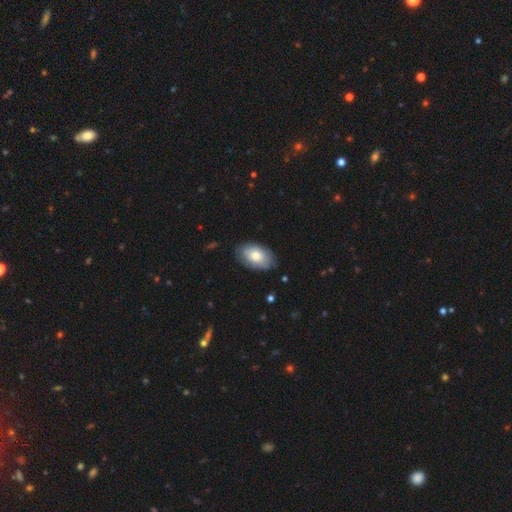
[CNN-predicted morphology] The model was most divided on "smooth or featured": smooth: 73%, featured or disk: 21%, star or artifact: 6%. More confident: how rounded — in between (93%); merging — none (80%).